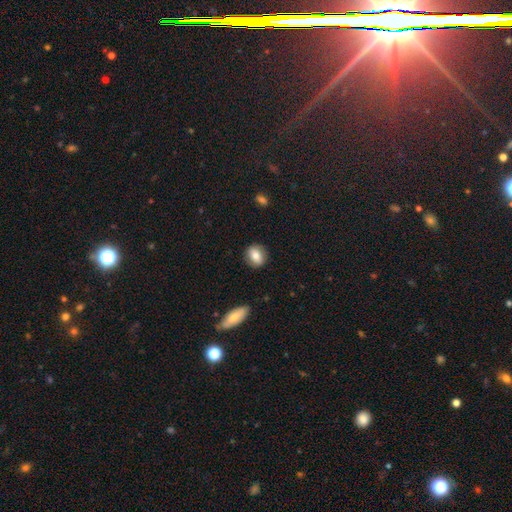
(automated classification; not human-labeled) smooth-or-featured: smooth: 76% | featured or disk: 16% | star or artifact: 8%
  how-rounded: round: 59% | in between: 39% | cigar-shaped: 2%
  merging: none: 86% | minor disturbance: 10% | major disturbance: 2% | merger: 1%